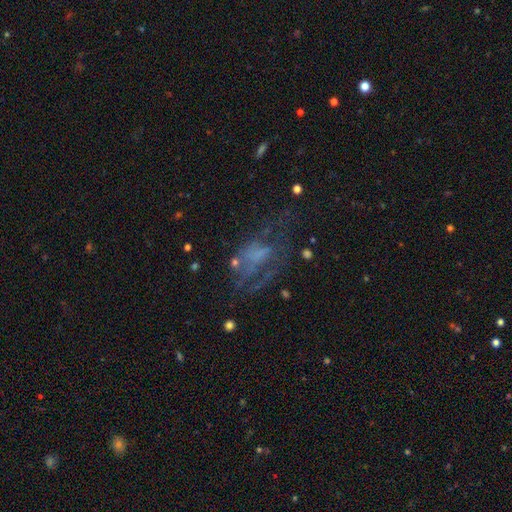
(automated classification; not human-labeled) smooth-or-featured: featured or disk: 55% | smooth: 25% | star or artifact: 20%
  disk-edge-on: no: 96% | yes: 4%
    bar: no: 76% | weak: 19% | strong: 5%
    has-spiral-arms: no: 58% | yes: 42%
    bulge-size: none: 58% | small: 19% | moderate: 15% | large: 6% | dominant: 2%
  merging: major disturbance: 44% | none: 33% | minor disturbance: 18% | merger: 5%